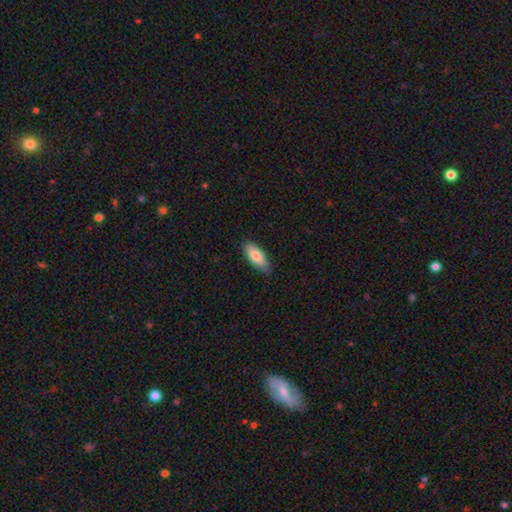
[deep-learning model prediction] smooth_or_featured: smooth (p=0.79) [alt: featured or disk p=0.15]
how_rounded: in between (p=0.79) [alt: cigar-shaped p=0.19]
merging: none (p=0.80) [alt: minor disturbance p=0.17]